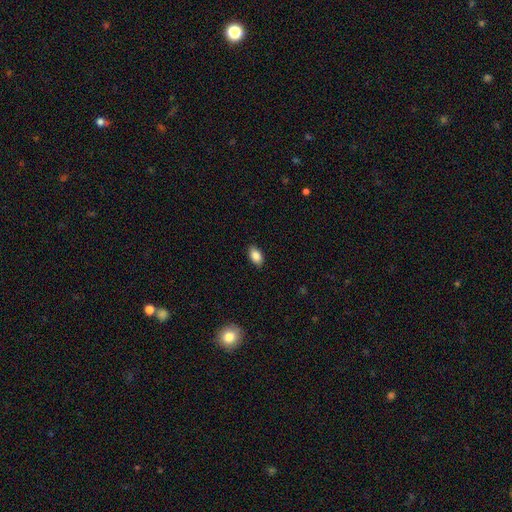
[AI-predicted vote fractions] smooth 86%, star or artifact 8%, featured or disk 6%. Down the decision tree: how rounded — in between (90%); merging — none (87%).